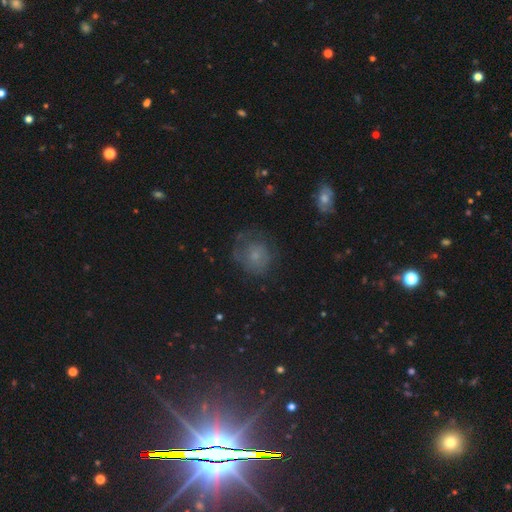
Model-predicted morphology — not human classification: A smooth galaxy with no disk features (53%) that is round (76%).

Vote fractions:
- Smooth or featured? smooth: 53% / featured or disk: 31% / star or artifact: 16%
- How rounded? round: 76% / in between: 23% / cigar-shaped: 1%
- Merging? none: 58% / minor disturbance: 22% / major disturbance: 19% / merger: 2%